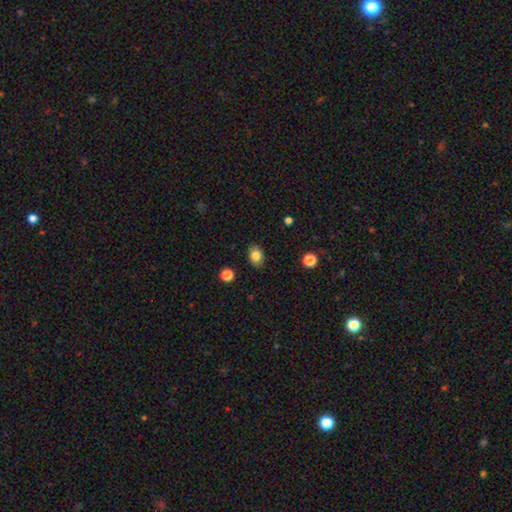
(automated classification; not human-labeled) Smooth or featured: smooth — 82% (star or artifact — 10%)
How rounded: in between — 65% (round — 34%)
Merging: none — 87% (minor disturbance — 10%)